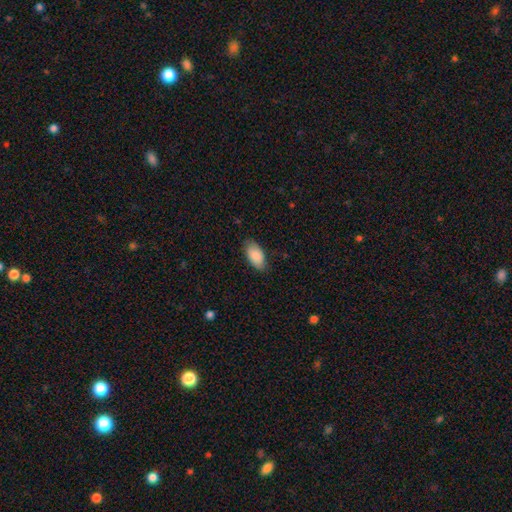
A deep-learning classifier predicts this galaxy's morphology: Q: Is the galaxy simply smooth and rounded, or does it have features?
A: smooth — 87%.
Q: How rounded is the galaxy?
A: in between — 94%.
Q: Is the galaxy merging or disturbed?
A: none — 82%.